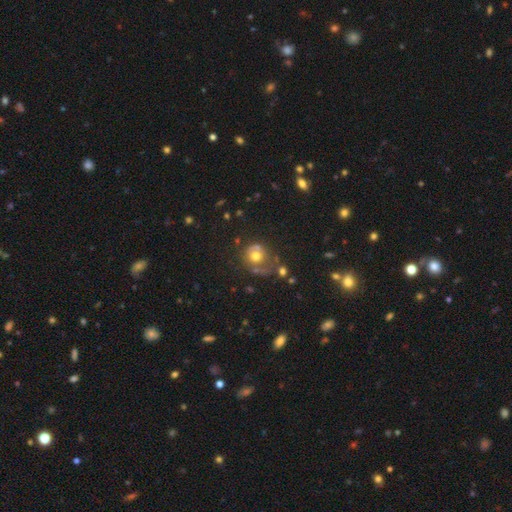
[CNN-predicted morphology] A smooth galaxy with no disk features (56%) that is round (78%). Merging: none (42%).